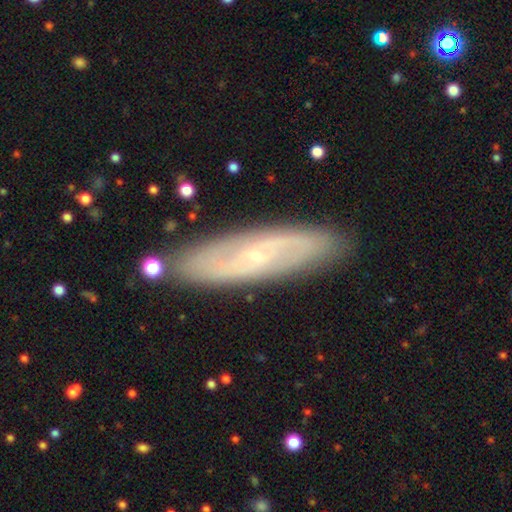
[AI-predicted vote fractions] Morphology: type=featured or disk (69%); edge-on=no (71%); merging=none (87%).